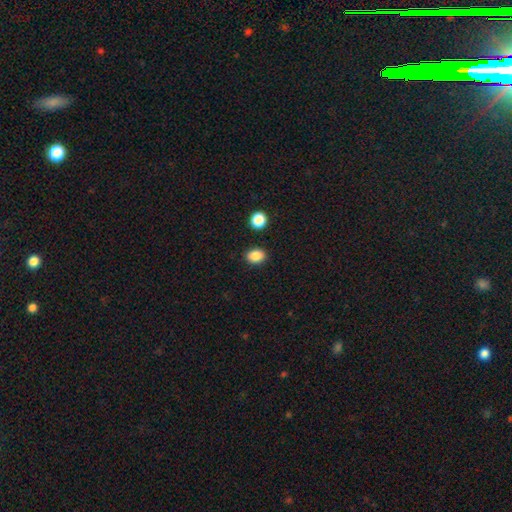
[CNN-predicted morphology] smooth-or-featured: smooth: 87% | star or artifact: 10% | featured or disk: 4%
  how-rounded: in between: 60% | round: 39% | cigar-shaped: 1%
  merging: none: 87% | minor disturbance: 8% | merger: 3% | major disturbance: 2%